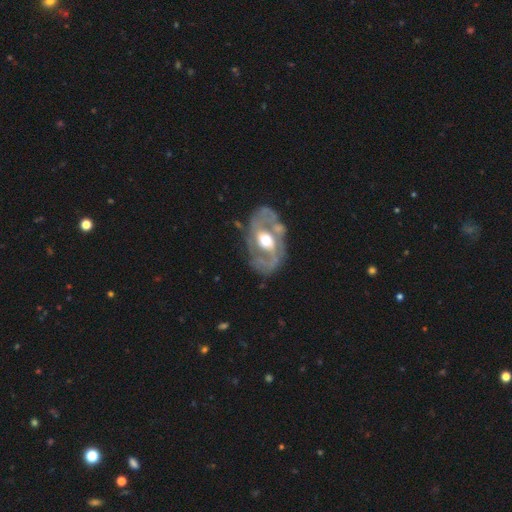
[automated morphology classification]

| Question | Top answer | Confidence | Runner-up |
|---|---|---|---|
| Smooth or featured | featured or disk | 85% | smooth (10%) |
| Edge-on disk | no | 96% | yes (4%) |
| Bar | no | 40% | weak (39%) |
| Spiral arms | yes | 82% | no (18%) |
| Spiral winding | medium | 44% | tight (35%) |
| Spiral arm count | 2 | 71% | can't tell (15%) |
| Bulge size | moderate | 73% | large (16%) |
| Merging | none | 68% | minor disturbance (19%) |